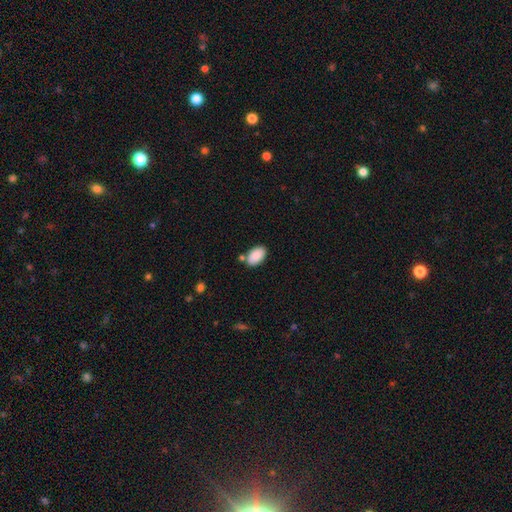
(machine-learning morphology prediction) Overall: smooth (89%). How rounded: in between (94%). Merging: none (75%).